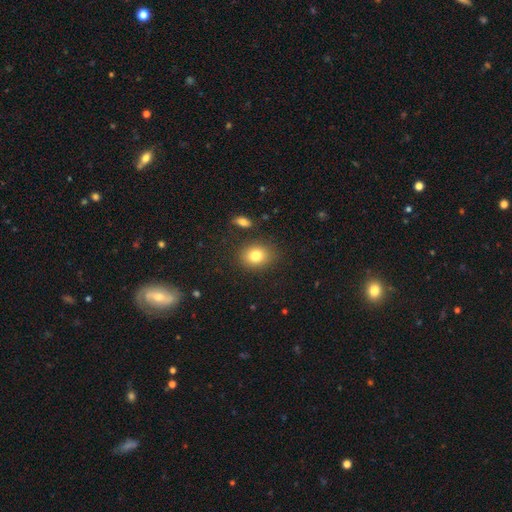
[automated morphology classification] Q: Smooth or featured?
A: smooth (80%); runner-up: star or artifact (11%)
Q: How rounded?
A: round (52%); runner-up: in between (47%)
Q: Merging?
A: none (83%); runner-up: minor disturbance (10%)